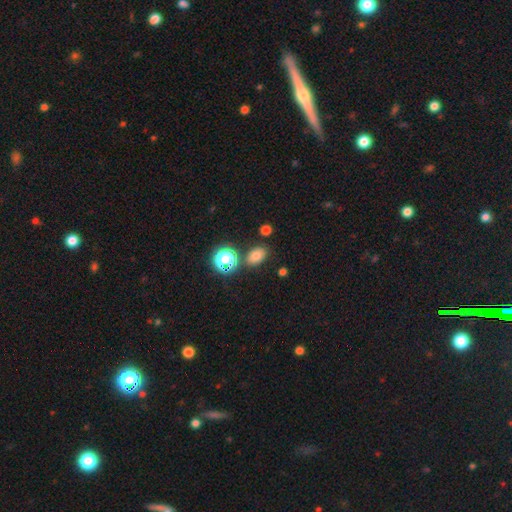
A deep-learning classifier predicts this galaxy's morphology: Smooth or featured: smooth — 71% (star or artifact — 20%)
How rounded: in between — 74% (round — 25%)
Merging: none — 78% (minor disturbance — 11%)